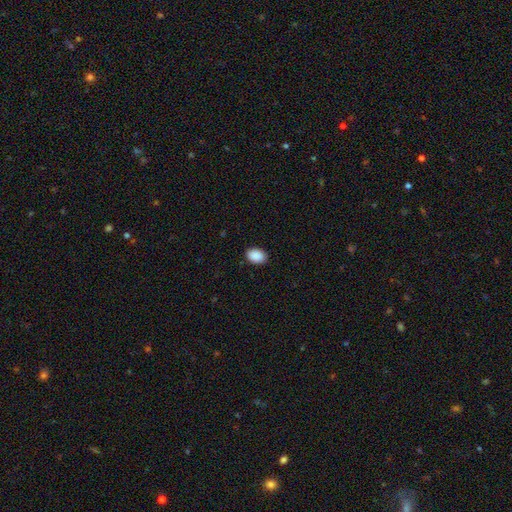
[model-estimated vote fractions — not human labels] Smooth or featured?
  - smooth: 91% *
  - star or artifact: 7%
  - featured or disk: 2%
How rounded?
  - in between: 84% *
  - round: 15%
  - cigar-shaped: 1%
Merging?
  - none: 89% *
  - minor disturbance: 8%
  - major disturbance: 2%
  - merger: 1%